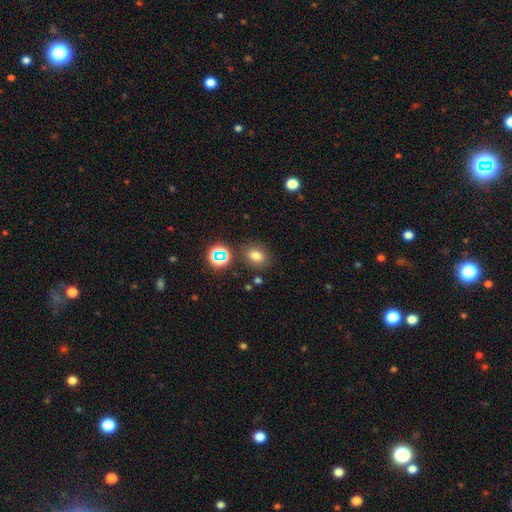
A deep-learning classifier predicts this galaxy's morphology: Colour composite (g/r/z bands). It shows a smooth galaxy with no disk features (73%) that is in between round and cigar-shaped (57%). Merging: none (79%).